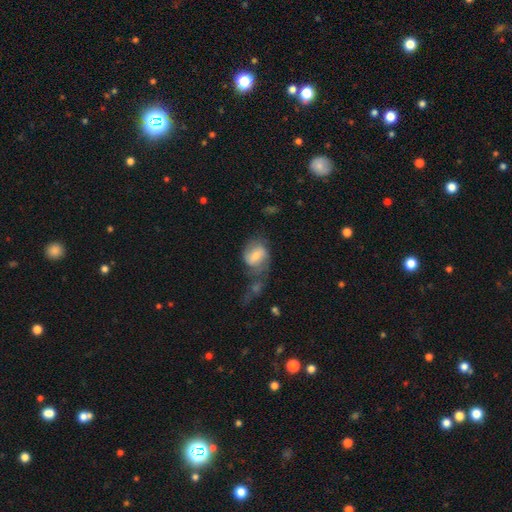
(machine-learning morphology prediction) type=smooth (51%); roundness=in between (62%); merging=none (33%).